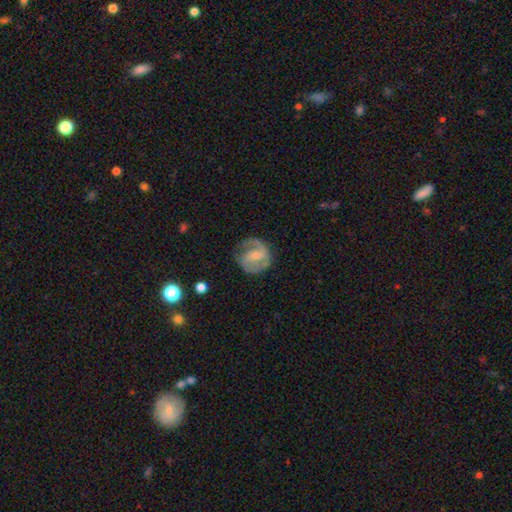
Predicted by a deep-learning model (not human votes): Morphology: type=featured or disk (74%); edge-on=no (98%); bar=weak (47%); spiral arms=yes (89%); winding=medium (49%); arm count=2 (76%); bulge=small (57%); merging=none (66%).